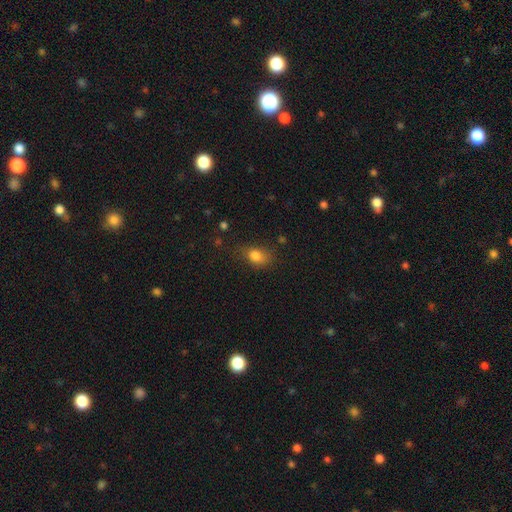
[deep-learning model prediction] Smooth or featured: smooth — 82% (star or artifact — 10%)
How rounded: in between — 74% (round — 23%)
Merging: none — 64% (minor disturbance — 24%)